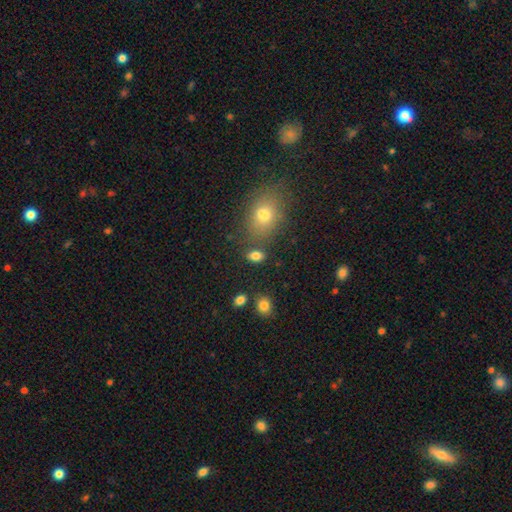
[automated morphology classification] This is clearly a smooth galaxy (81%). How rounded: clearly in between (83%). Merging: likely none (74%).